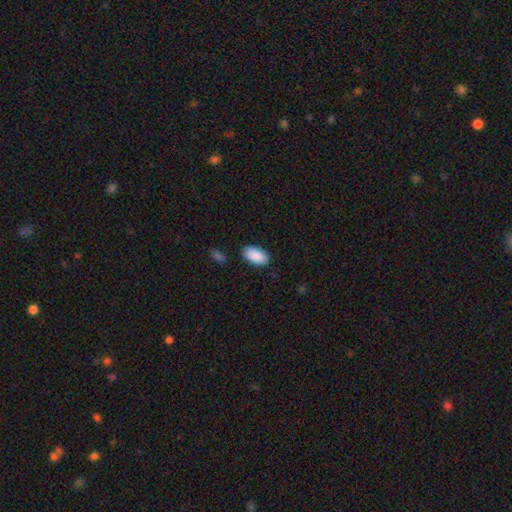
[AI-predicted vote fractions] Q: Smooth or featured?
A: smooth (90%); runner-up: star or artifact (6%)
Q: How rounded?
A: in between (96%); runner-up: round (2%)
Q: Merging?
A: none (87%); runner-up: minor disturbance (9%)